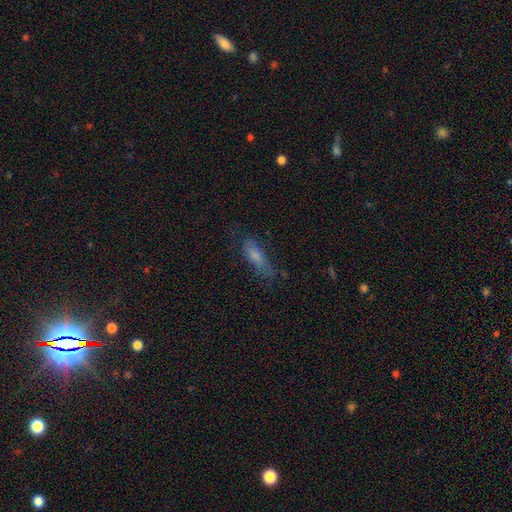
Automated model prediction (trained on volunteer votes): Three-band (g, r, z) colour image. It shows a smooth galaxy with no disk features (63%) that is in between round and cigar-shaped (51%). Merging: none (59%).